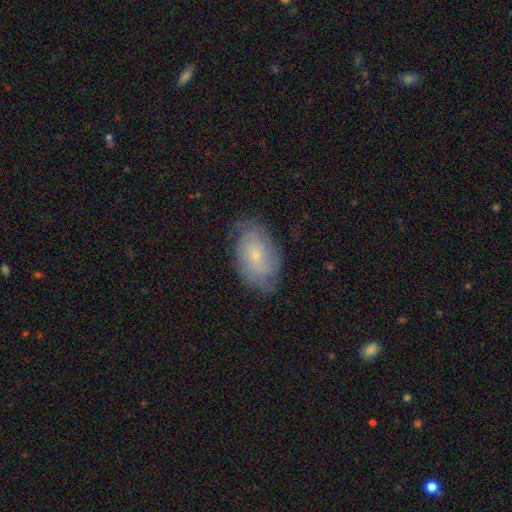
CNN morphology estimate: Smooth or featured? Predicted: featured or disk (p=0.54). Edge-on disk? Predicted: no (p=0.95). Bar? Predicted: no (p=0.76). Spiral arms? Predicted: yes (p=0.82). Bulge size? Predicted: small (p=0.76). Merging? Predicted: none (p=0.72).